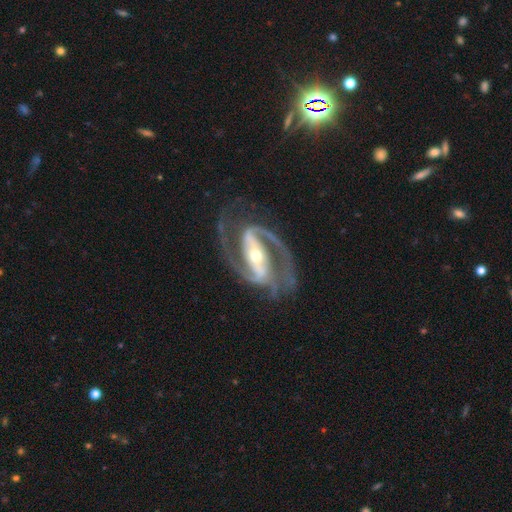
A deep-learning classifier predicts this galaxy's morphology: This is clearly a featured or disk galaxy (93%). It is clearly not viewed edge-on (97%). Bar: likely strong (70%). Spiral arm pattern: clearly yes (98%). Spiral arm count: clearly 2 (91%). Spiral winding: likely medium (61%). Central bulge: possibly small (49%). Merging: likely none (74%).